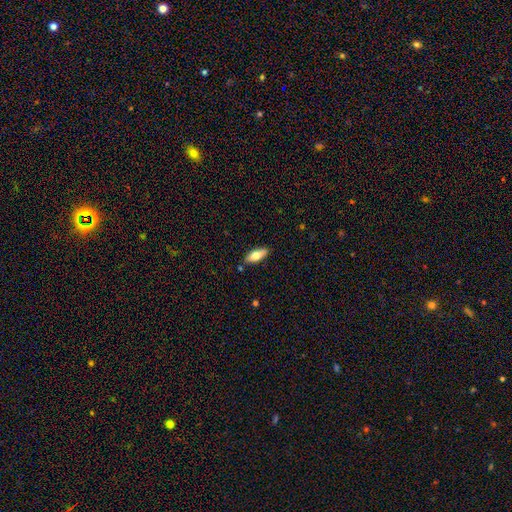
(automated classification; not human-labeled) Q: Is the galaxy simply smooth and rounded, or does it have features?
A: smooth — 72%.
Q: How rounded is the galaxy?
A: in between — 78%.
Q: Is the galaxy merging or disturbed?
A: none — 85%.